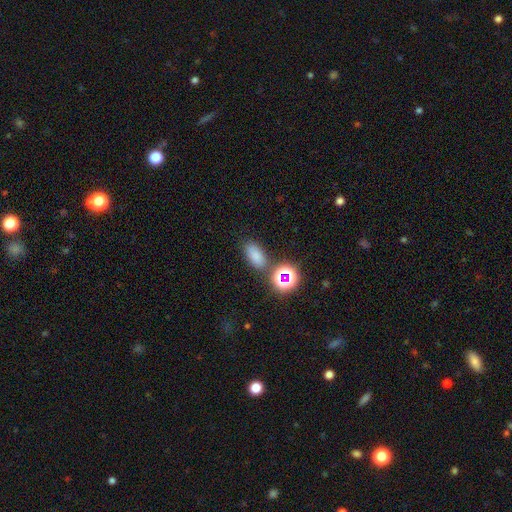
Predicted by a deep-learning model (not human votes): smooth 74%, star or artifact 20%, featured or disk 7%. Down the decision tree: how rounded — in between (85%); merging — none (77%).